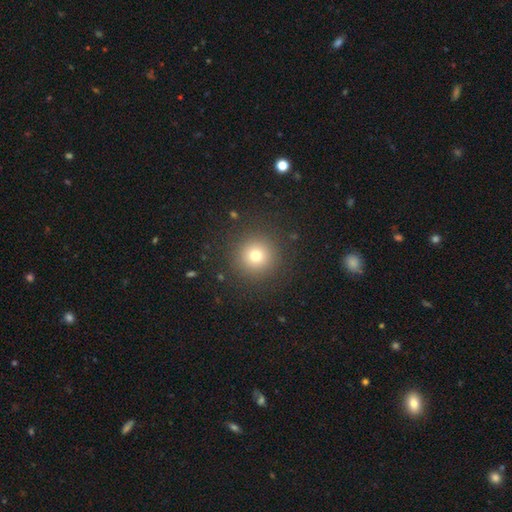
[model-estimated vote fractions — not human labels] smooth 74%, star or artifact 16%, featured or disk 10%. Down the decision tree: how rounded — round (96%); merging — none (90%).